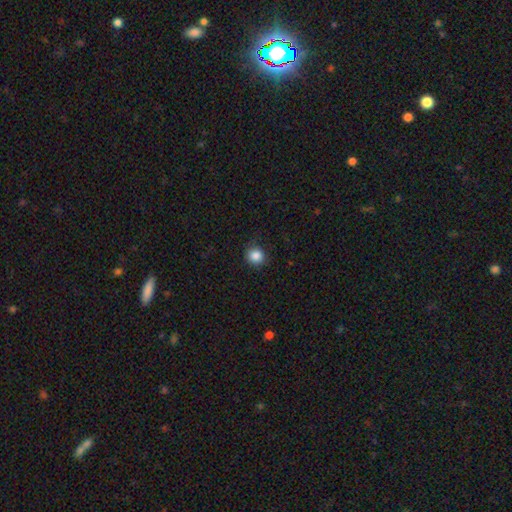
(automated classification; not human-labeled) A smooth galaxy with no disk features (86%) that is round (91%). Merging: none (84%).